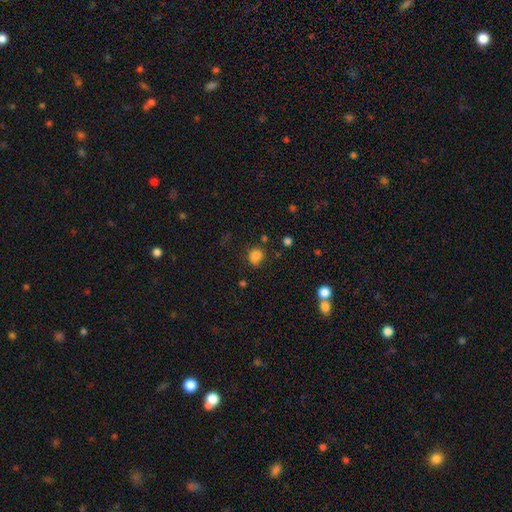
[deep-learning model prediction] This is likely a smooth galaxy (80%). How rounded: likely round (69%). Merging: likely none (65%).